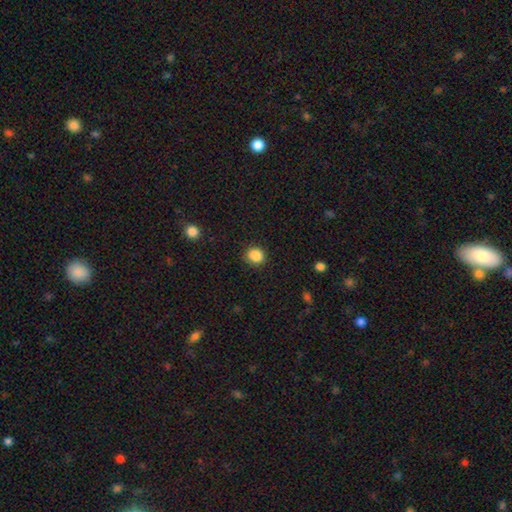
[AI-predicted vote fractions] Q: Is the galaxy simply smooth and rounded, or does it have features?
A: smooth — 87%.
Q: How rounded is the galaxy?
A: round — 79%.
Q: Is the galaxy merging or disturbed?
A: none — 87%.